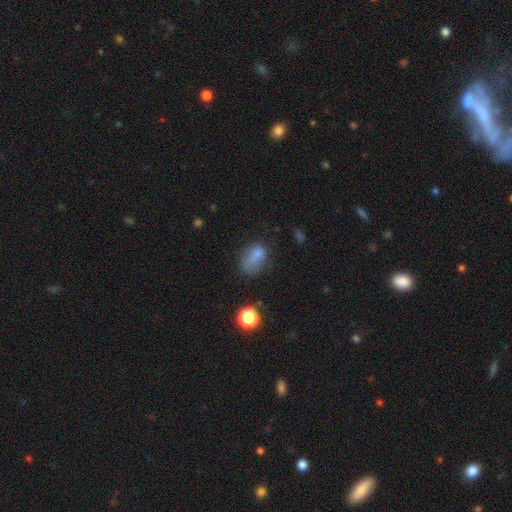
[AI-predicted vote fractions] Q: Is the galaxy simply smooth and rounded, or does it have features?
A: smooth — 70%.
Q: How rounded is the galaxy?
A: in between — 77%.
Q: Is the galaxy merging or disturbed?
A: none — 33%.